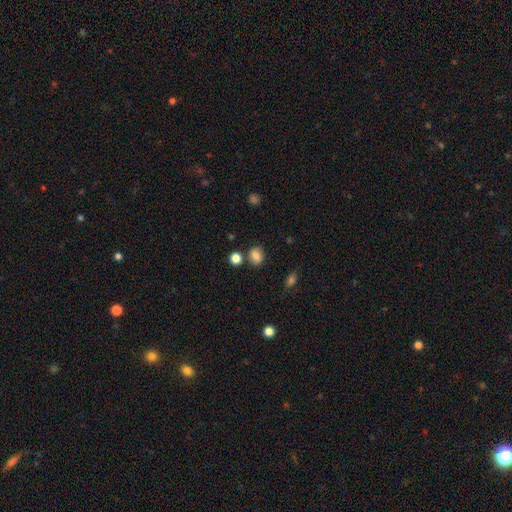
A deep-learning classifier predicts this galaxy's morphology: This is clearly a smooth galaxy (80%). How rounded: possibly round (53%). Merging: likely none (74%).